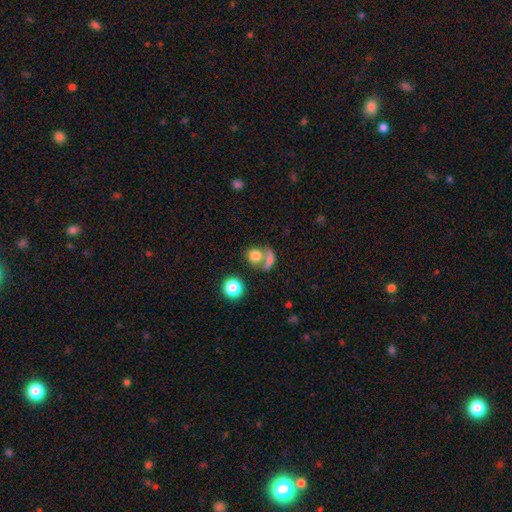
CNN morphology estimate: This appears to be a smooth galaxy with no disk features (76%) that is round (75%). Merging: none (44%).